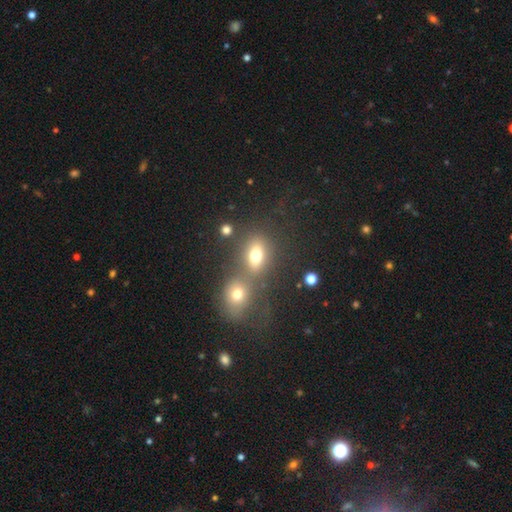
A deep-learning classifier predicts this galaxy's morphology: This appears to be a smooth galaxy with no disk features (71%) that is in between round and cigar-shaped (66%). Merging: none (45%).